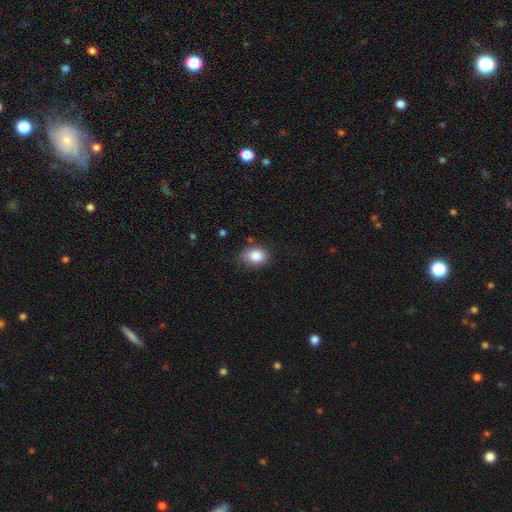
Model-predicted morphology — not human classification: smooth_or_featured: smooth (p=0.87) [alt: star or artifact p=0.08]
how_rounded: in between (p=0.58) [alt: round p=0.41]
merging: none (p=0.72) [alt: minor disturbance p=0.21]